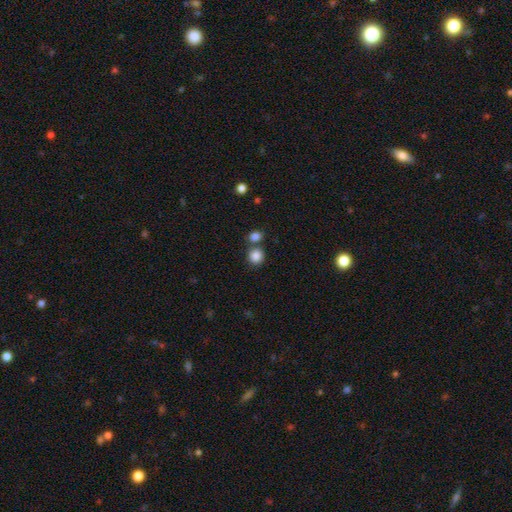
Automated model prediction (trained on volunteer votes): smooth-or-featured: smooth: 86% | star or artifact: 10% | featured or disk: 5%
  how-rounded: round: 87% | in between: 12% | cigar-shaped: 1%
  merging: none: 66% | merger: 23% | minor disturbance: 8% | major disturbance: 3%